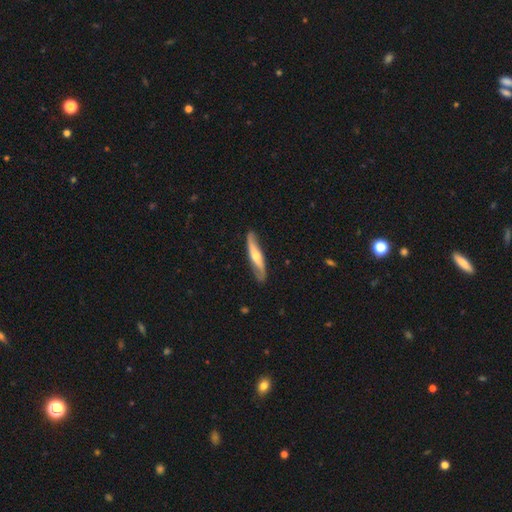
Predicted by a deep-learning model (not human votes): The model was most divided on "edge-on disk": yes: 58%, no: 42%. More confident: merging — none (82%); smooth or featured — featured or disk (66%).